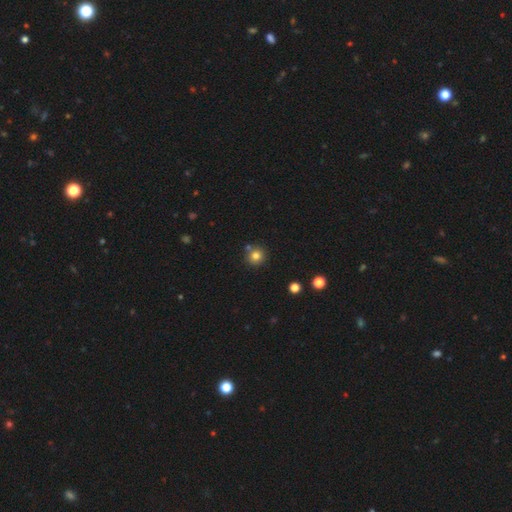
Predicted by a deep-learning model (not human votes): smooth_or_featured: smooth (p=0.80) [alt: star or artifact p=0.13]
how_rounded: round (p=0.94) [alt: in between p=0.05]
merging: none (p=0.80) [alt: merger p=0.10]